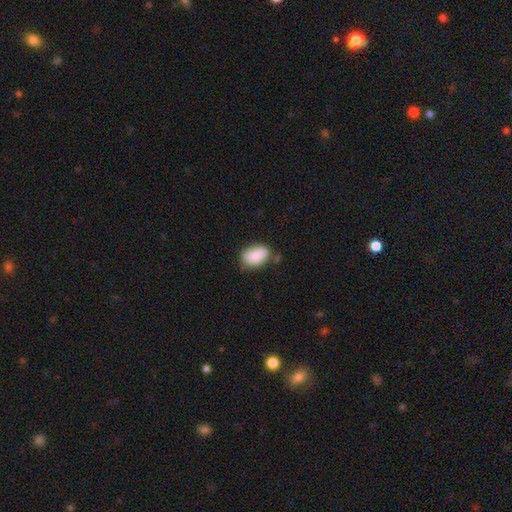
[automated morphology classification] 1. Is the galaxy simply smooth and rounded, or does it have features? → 87% smooth, 7% star or artifact, 6% featured or disk.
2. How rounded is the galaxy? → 89% in between, 10% round, 2% cigar-shaped.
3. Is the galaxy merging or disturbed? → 62% none, 25% minor disturbance, 7% merger, 6% major disturbance.